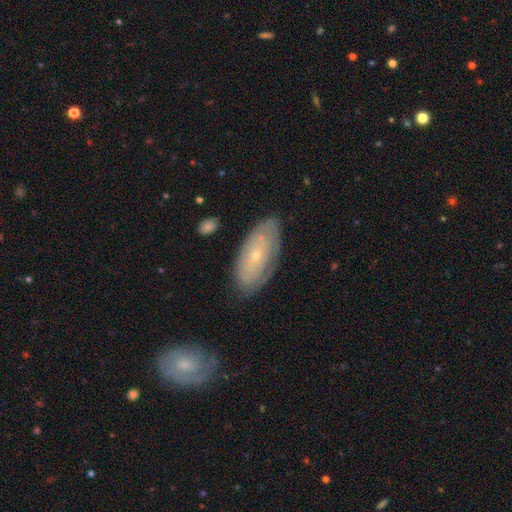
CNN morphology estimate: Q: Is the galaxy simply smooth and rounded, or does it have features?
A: featured or disk — 57%.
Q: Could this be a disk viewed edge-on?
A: no — 88%.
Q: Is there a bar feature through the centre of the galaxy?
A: no — 84%.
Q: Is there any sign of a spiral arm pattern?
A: yes — 59%.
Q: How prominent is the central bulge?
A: small — 79%.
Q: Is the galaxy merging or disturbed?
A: none — 77%.